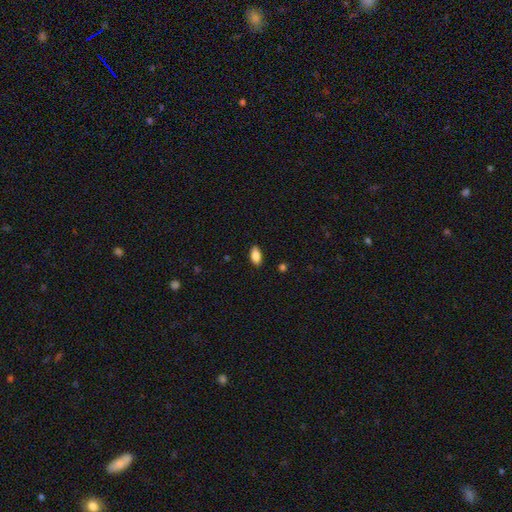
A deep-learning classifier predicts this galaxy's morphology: smooth_or_featured: smooth (p=0.86) [alt: star or artifact p=0.07]
how_rounded: in between (p=0.91) [alt: cigar-shaped p=0.06]
merging: none (p=0.87) [alt: minor disturbance p=0.10]